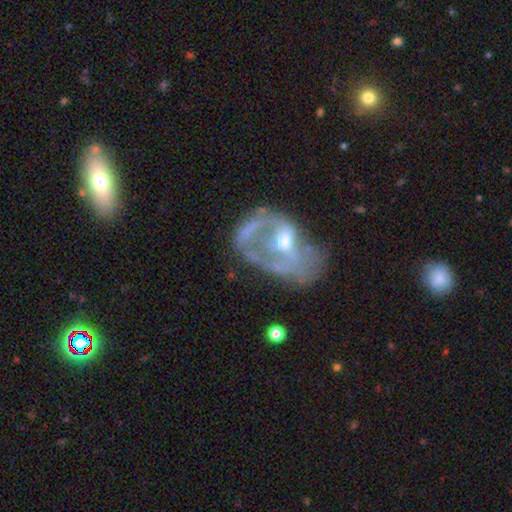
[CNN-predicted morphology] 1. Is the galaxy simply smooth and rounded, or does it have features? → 65% featured or disk, 26% smooth, 9% star or artifact.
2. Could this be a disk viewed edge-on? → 96% no, 4% yes.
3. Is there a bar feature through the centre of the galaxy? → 64% no, 26% weak, 9% strong.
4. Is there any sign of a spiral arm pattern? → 68% no, 32% yes.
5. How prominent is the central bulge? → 57% moderate, 28% small, 8% none, 6% large, 2% dominant.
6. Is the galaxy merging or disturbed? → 41% major disturbance, 29% none, 20% minor disturbance, 10% merger.